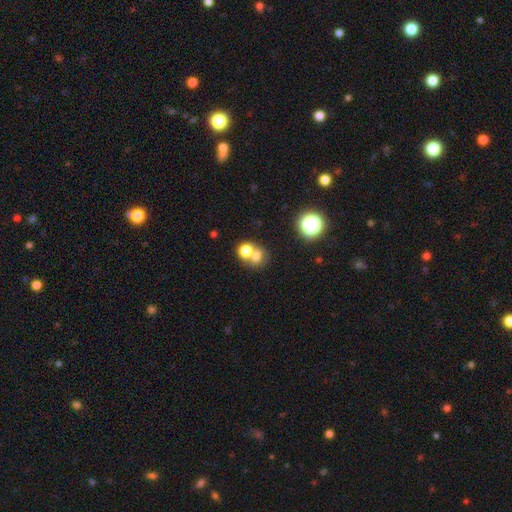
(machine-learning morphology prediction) Q: Smooth or featured?
A: smooth (69%); runner-up: star or artifact (16%)
Q: How rounded?
A: round (64%); runner-up: in between (35%)
Q: Merging?
A: merger (51%); runner-up: none (38%)